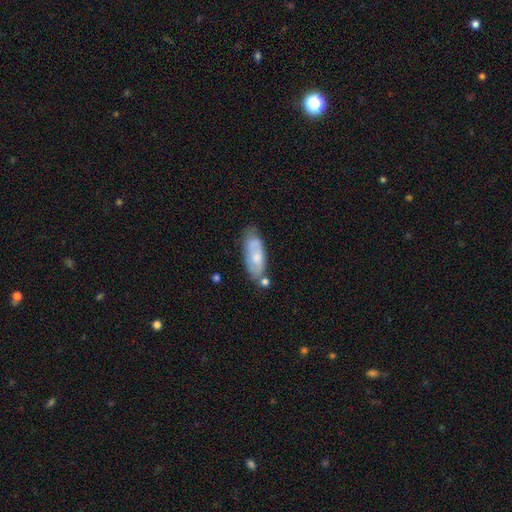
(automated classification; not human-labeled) The model was most divided on "smooth or featured": smooth: 55%, featured or disk: 39%, star or artifact: 6%. More confident: how rounded — in between (73%); merging — none (56%).